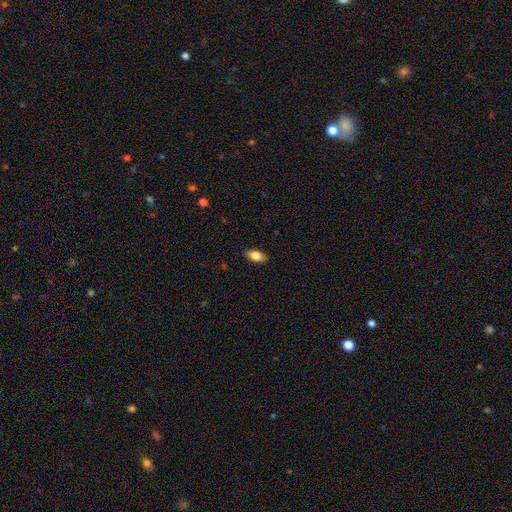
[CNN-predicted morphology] The model was most divided on "smooth or featured": smooth: 82%, featured or disk: 11%, star or artifact: 7%. More confident: how rounded — in between (89%); merging — none (88%).